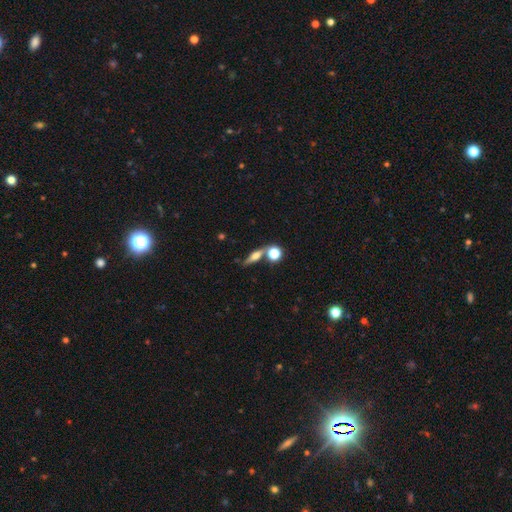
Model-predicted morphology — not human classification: A featured or disk galaxy (46%).

Vote fractions:
- Smooth or featured? featured or disk: 46% / smooth: 42% / star or artifact: 12%
- Merging? none: 67% / merger: 18% / minor disturbance: 11% / major disturbance: 5%